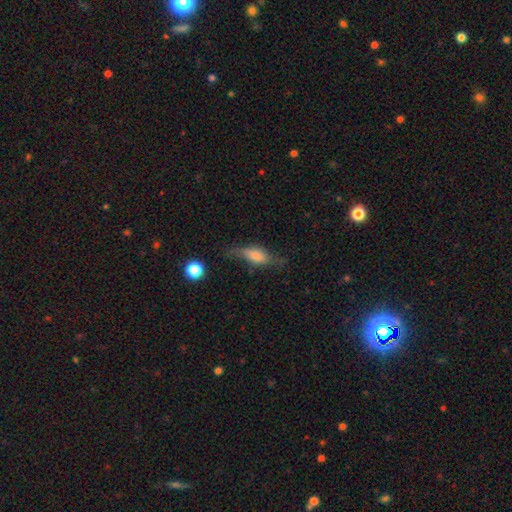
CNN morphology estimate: smooth-or-featured: smooth: 52% | featured or disk: 38% | star or artifact: 10%
  how-rounded: in between: 63% | cigar-shaped: 31% | round: 6%
  merging: none: 53% | minor disturbance: 29% | major disturbance: 16% | merger: 3%